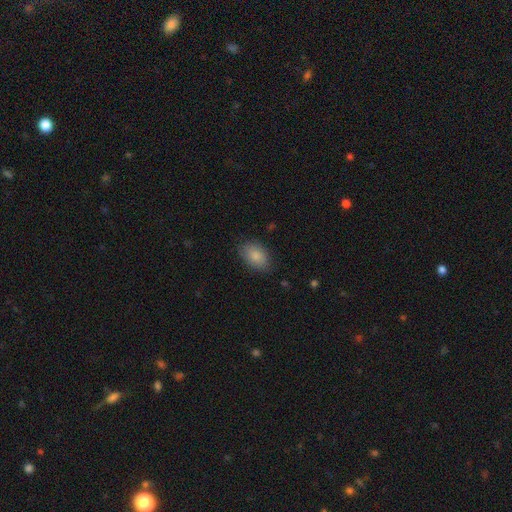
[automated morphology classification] The model was most divided on "merging": none: 81%, minor disturbance: 15%, major disturbance: 3%, merger: 1%. More confident: how rounded — in between (87%); smooth or featured — smooth (86%).